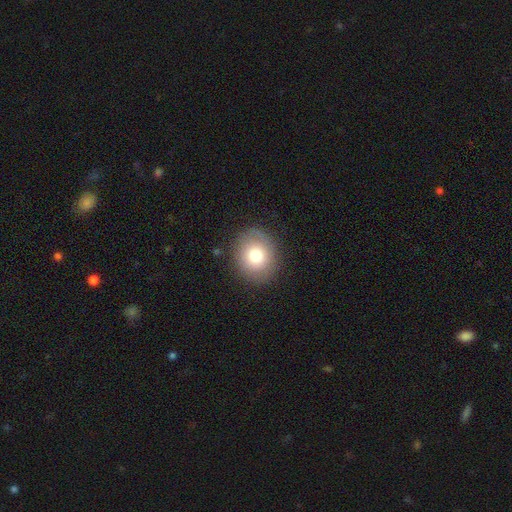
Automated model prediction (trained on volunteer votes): The model was most divided on "how rounded": round: 69%, in between: 30%, cigar-shaped: 1%. More confident: merging — none (85%); smooth or featured — smooth (78%).